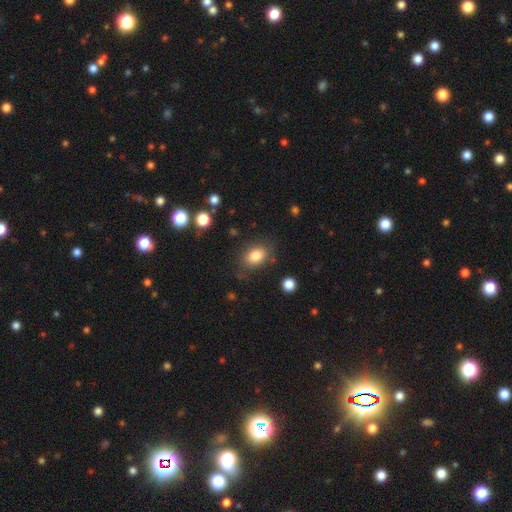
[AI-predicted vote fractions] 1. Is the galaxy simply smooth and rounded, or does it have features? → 83% smooth, 9% star or artifact, 8% featured or disk.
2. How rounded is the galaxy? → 74% in between, 24% round, 1% cigar-shaped.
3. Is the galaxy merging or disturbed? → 77% none, 15% minor disturbance, 5% major disturbance, 3% merger.